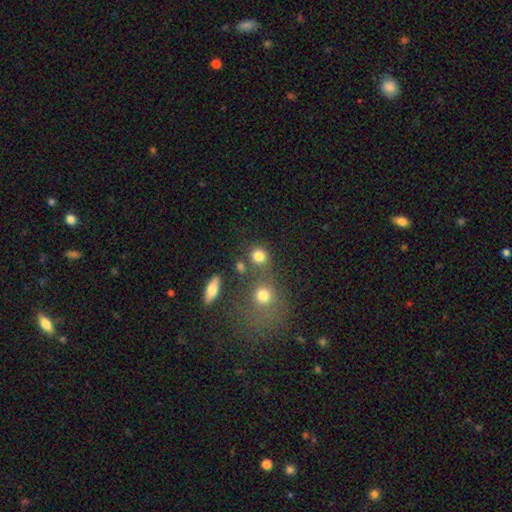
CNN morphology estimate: smooth_or_featured: smooth (p=0.57) [alt: star or artifact p=0.27]
how_rounded: round (p=0.75) [alt: in between p=0.22]
merging: none (p=0.45) [alt: merger p=0.36]